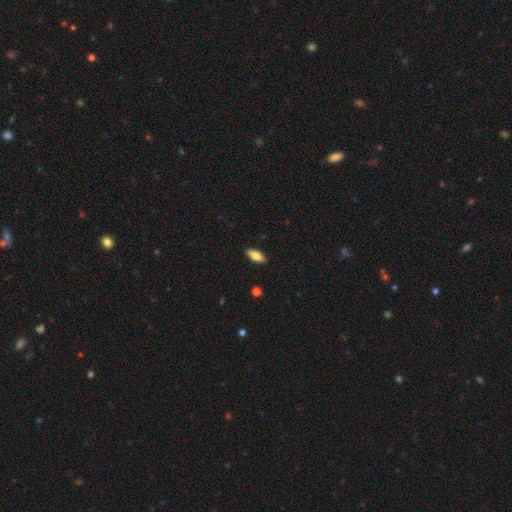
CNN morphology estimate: Smooth or featured: smooth — 76% (featured or disk — 18%)
How rounded: in between — 82% (cigar-shaped — 16%)
Merging: none — 90% (minor disturbance — 8%)